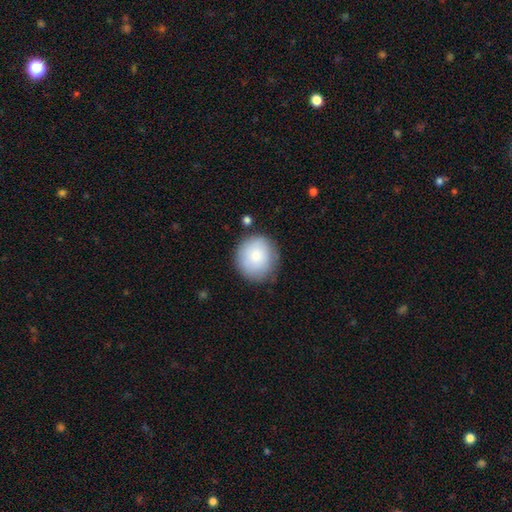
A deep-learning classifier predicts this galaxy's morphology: A smooth galaxy with no disk features (80%) that is round (90%). Merging: none (80%).